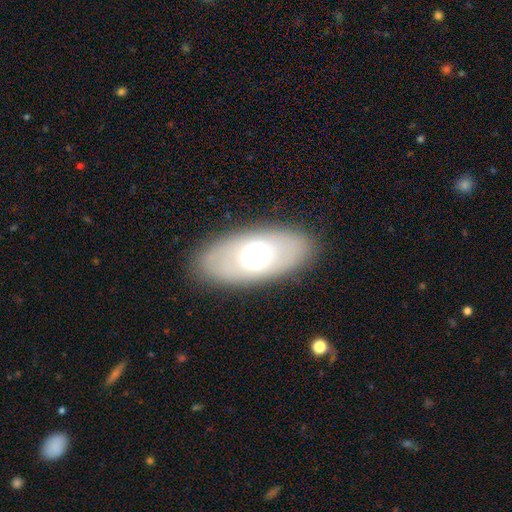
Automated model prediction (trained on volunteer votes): Morphology: type=smooth (50%); roundness=in between (89%); merging=none (85%).